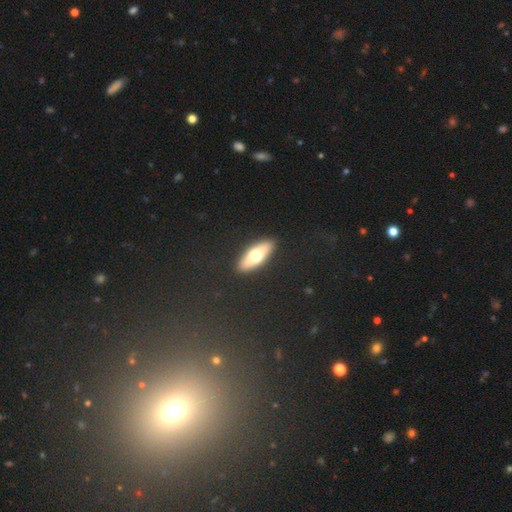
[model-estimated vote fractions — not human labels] Overall: smooth (61%; featured or disk 33%). How rounded: in between (63%; cigar-shaped 34%). Merging: none (90%).